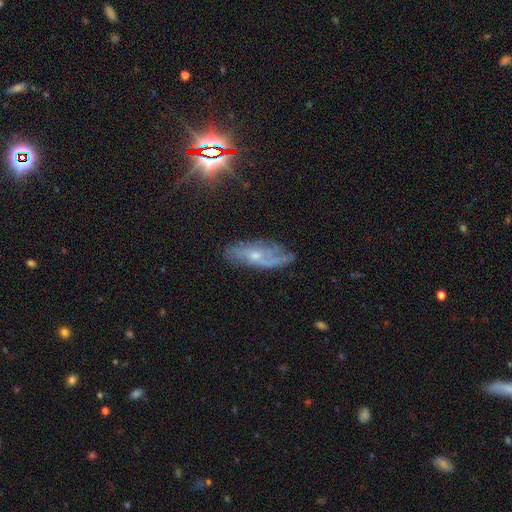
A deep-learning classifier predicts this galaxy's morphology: smooth-or-featured: featured or disk: 67% | smooth: 20% | star or artifact: 14%
  disk-edge-on: no: 85% | yes: 15%
    bar: no: 73% | weak: 22% | strong: 4%
    has-spiral-arms: yes: 82% | no: 18%
    bulge-size: small: 64% | moderate: 30% | none: 3% | large: 1% | dominant: 1%
  merging: none: 64% | minor disturbance: 25% | major disturbance: 10% | merger: 2%